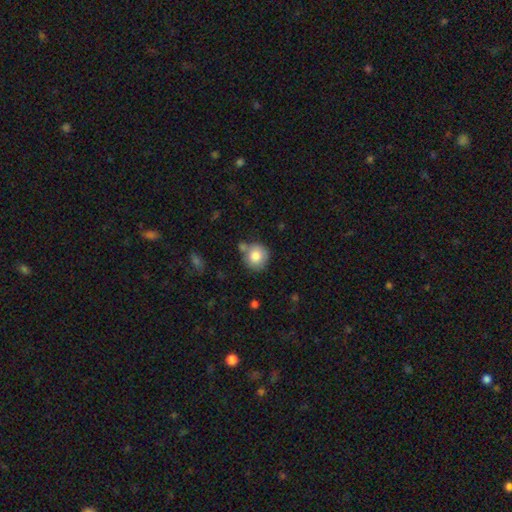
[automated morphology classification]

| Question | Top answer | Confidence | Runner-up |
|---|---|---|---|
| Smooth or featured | smooth | 81% | featured or disk (10%) |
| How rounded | round | 90% | in between (9%) |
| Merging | none | 65% | merger (15%) |